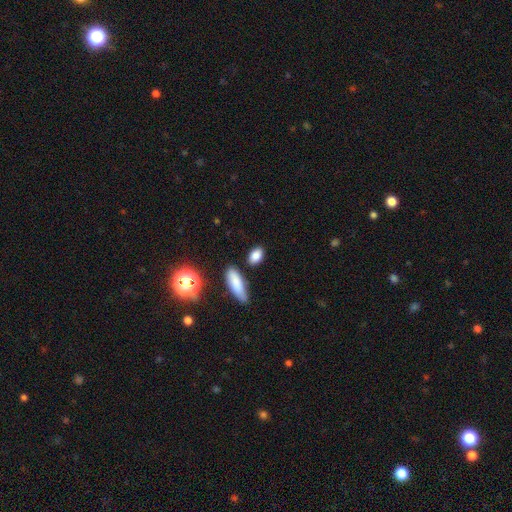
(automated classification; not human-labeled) This appears to be a smooth galaxy with no disk features (85%) that is in between round and cigar-shaped (83%). Merging: none (81%).